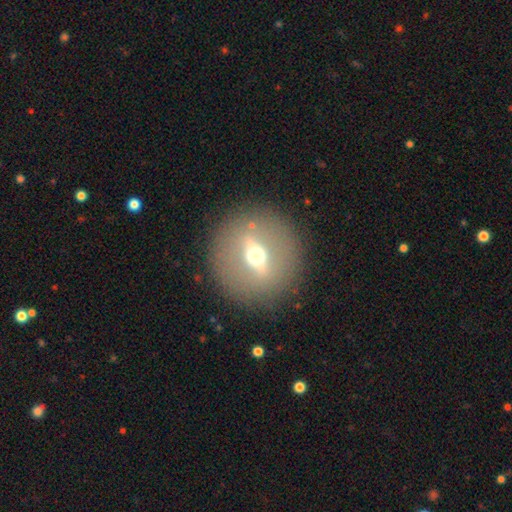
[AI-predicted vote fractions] A featured or disk galaxy (66%) viewed edge-on (52%). Merging: none (89%).